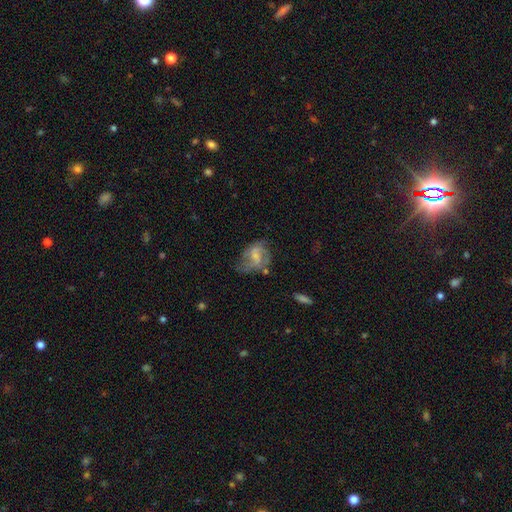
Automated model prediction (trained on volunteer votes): featured or disk 63%, smooth 29%, star or artifact 8%. Down the decision tree: edge-on disk — no (97%); bar — weak (45%); spiral arms — yes (77%); bulge size — small (46%); merging — none (41%).